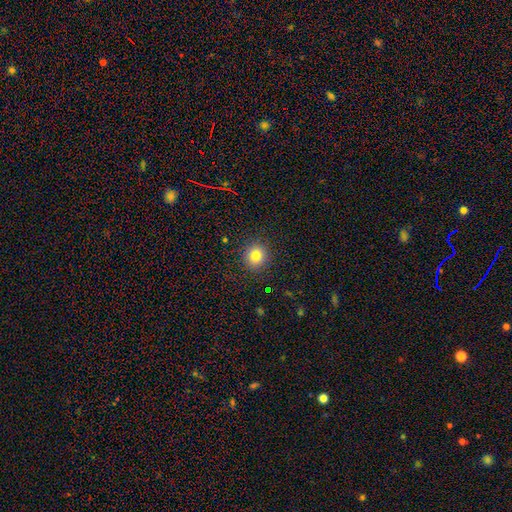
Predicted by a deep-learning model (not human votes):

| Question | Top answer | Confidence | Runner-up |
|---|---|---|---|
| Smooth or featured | smooth | 81% | star or artifact (12%) |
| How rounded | round | 86% | in between (13%) |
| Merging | none | 90% | minor disturbance (7%) |